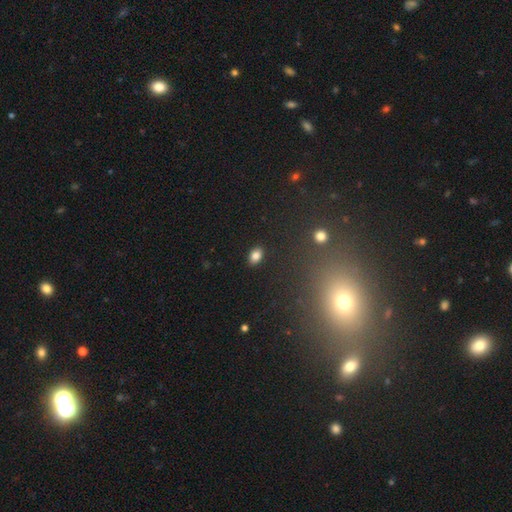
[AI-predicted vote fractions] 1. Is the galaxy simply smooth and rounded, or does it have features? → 83% smooth, 11% star or artifact, 6% featured or disk.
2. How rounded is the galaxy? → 85% in between, 13% round, 2% cigar-shaped.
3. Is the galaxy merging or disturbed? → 89% none, 7% minor disturbance, 2% major disturbance, 1% merger.